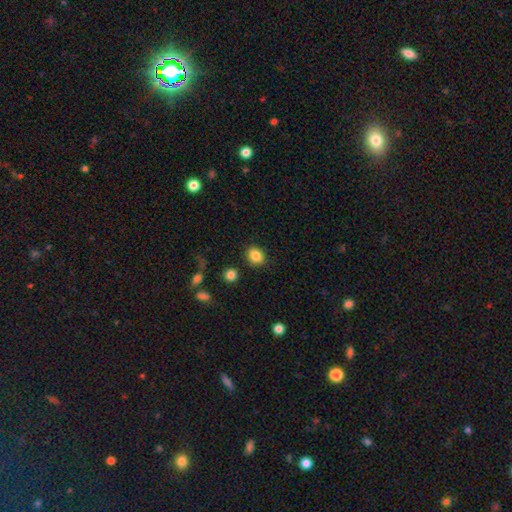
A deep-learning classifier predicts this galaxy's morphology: type=smooth (85%); roundness=in between (53%); merging=none (85%).